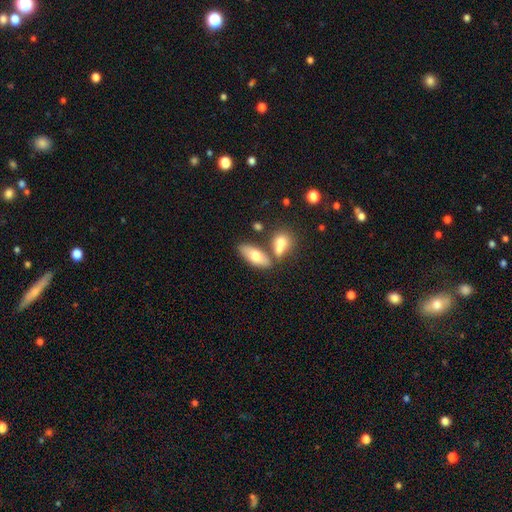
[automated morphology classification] type=smooth (70%); roundness=in between (79%); merging=none (60%).